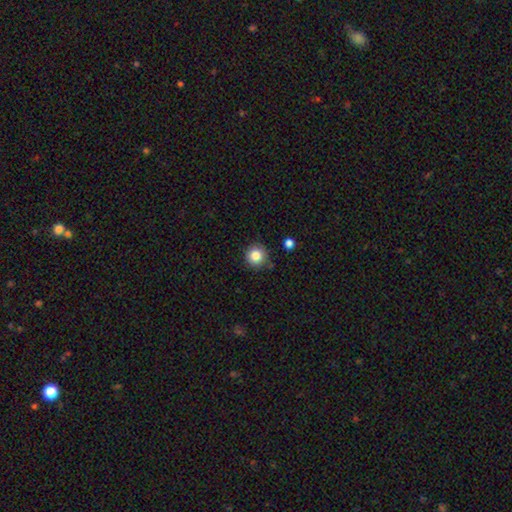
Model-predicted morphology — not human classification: type=smooth (84%); roundness=round (95%); merging=none (86%).